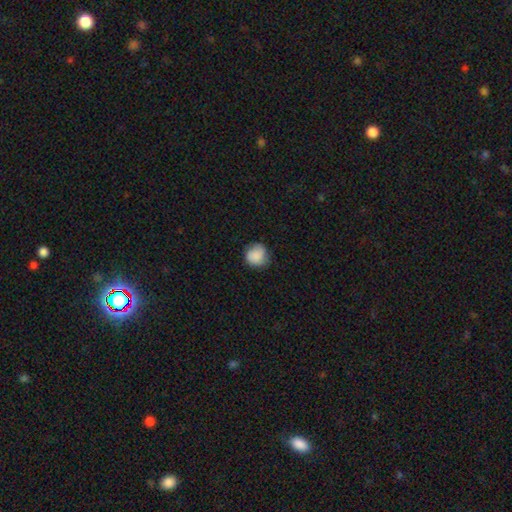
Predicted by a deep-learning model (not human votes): A smooth galaxy with no disk features (86%) that is round (88%).

Vote fractions:
- Smooth or featured? smooth: 86% / star or artifact: 8% / featured or disk: 6%
- How rounded? round: 88% / in between: 11% / cigar-shaped: 1%
- Merging? none: 74% / minor disturbance: 21% / major disturbance: 5% / merger: 1%